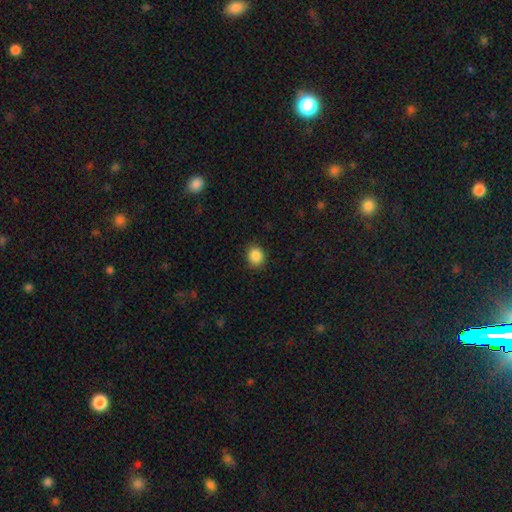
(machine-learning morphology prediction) smooth_or_featured: smooth (p=0.88) [alt: star or artifact p=0.09]
how_rounded: round (p=0.68) [alt: in between p=0.32]
merging: none (p=0.88) [alt: minor disturbance p=0.09]